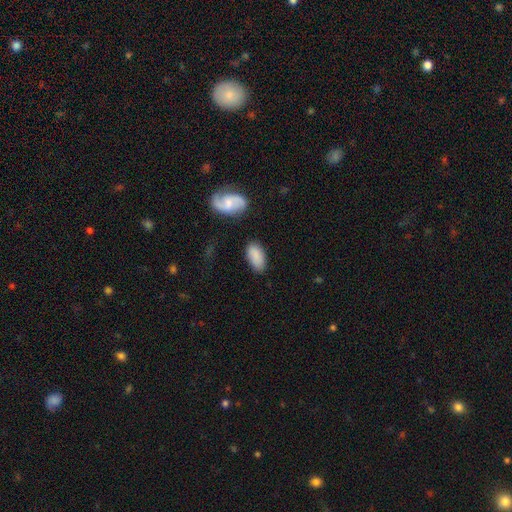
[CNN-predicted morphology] Q: Smooth or featured?
A: smooth (85%); runner-up: featured or disk (9%)
Q: How rounded?
A: in between (94%); runner-up: round (3%)
Q: Merging?
A: none (75%); runner-up: minor disturbance (17%)